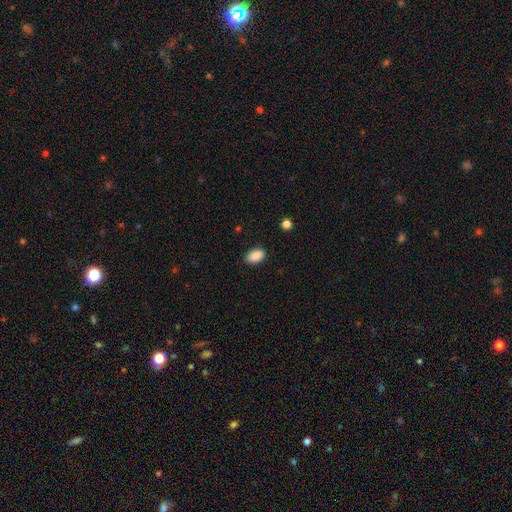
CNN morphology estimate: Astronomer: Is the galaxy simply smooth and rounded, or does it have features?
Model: smooth — 89%.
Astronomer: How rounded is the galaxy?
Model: in between — 91%.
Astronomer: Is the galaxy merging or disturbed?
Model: none — 83%.